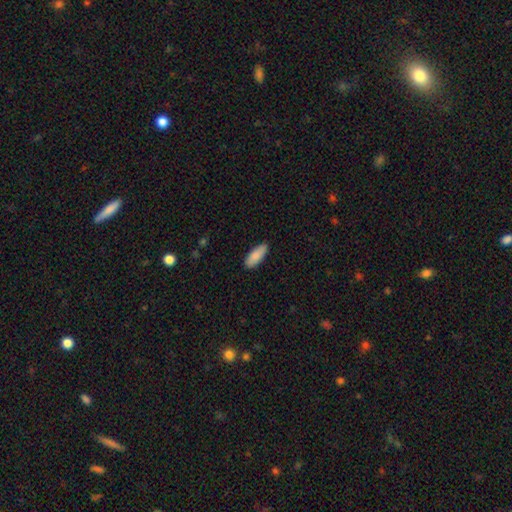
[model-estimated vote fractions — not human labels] This is clearly a smooth galaxy (88%). How rounded: likely in between (76%). Merging: clearly none (88%).